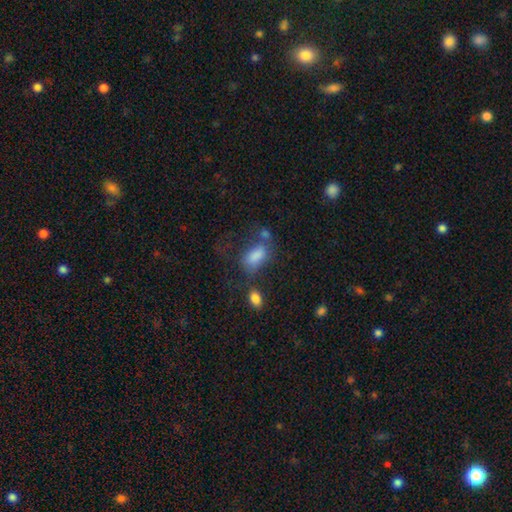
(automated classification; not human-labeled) A smooth galaxy with no disk features (78%) that is in between round and cigar-shaped (88%). Merging: none (40%).